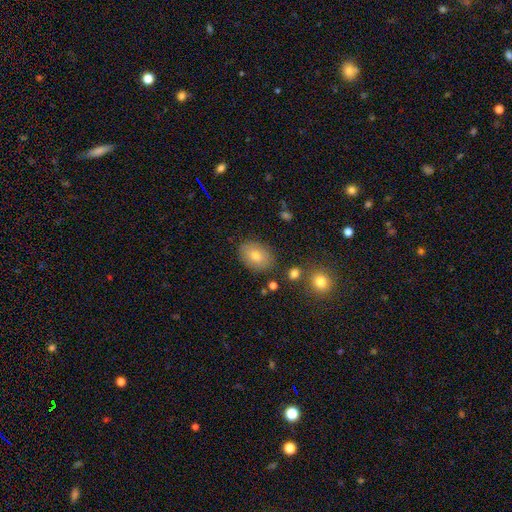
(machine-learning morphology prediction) Smooth or featured?
  - smooth: 76% *
  - featured or disk: 14%
  - star or artifact: 10%
How rounded?
  - in between: 79% *
  - round: 20%
  - cigar-shaped: 1%
Merging?
  - none: 83% *
  - minor disturbance: 11%
  - merger: 3%
  - major disturbance: 3%